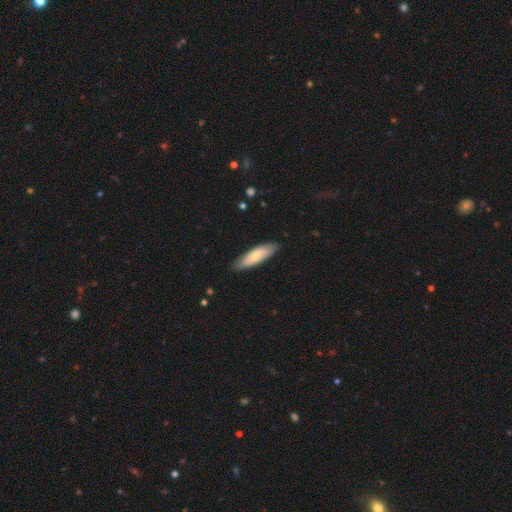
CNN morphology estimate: type=smooth (74%); roundness=cigar-shaped (53%); merging=none (84%).